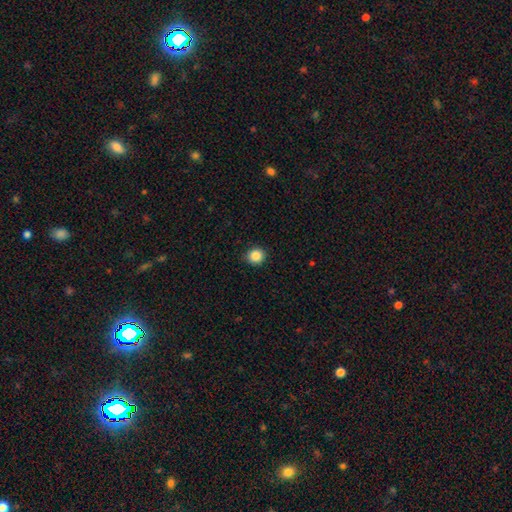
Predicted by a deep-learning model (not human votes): Smooth or featured? Predicted: smooth (p=0.87). How rounded? Predicted: round (p=0.90). Merging? Predicted: none (p=0.91).